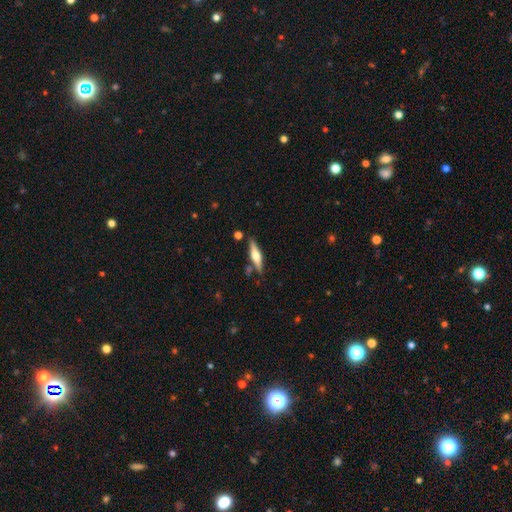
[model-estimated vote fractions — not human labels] Smooth or featured?
  - featured or disk: 60% *
  - smooth: 34%
  - star or artifact: 6%
Edge-on disk?
  - yes: 96% *
  - no: 4%
Edge-on bulge?
  - rounded: 91% *
  - boxy: 6%
  - none: 3%
Merging?
  - none: 81% *
  - minor disturbance: 12%
  - merger: 5%
  - major disturbance: 3%